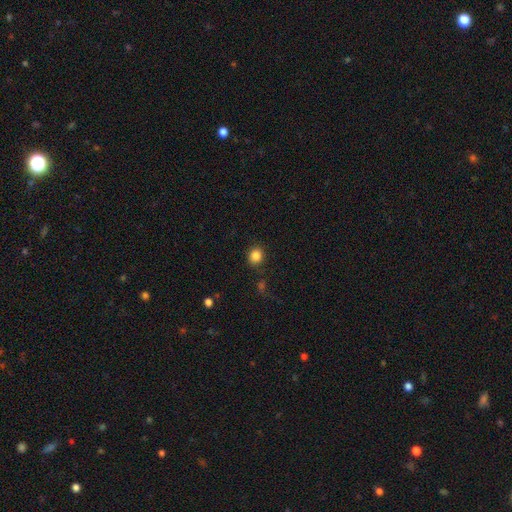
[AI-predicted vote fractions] The model was most divided on "how rounded": round: 78%, in between: 21%, cigar-shaped: 1%. More confident: merging — none (86%); smooth or featured — smooth (85%).